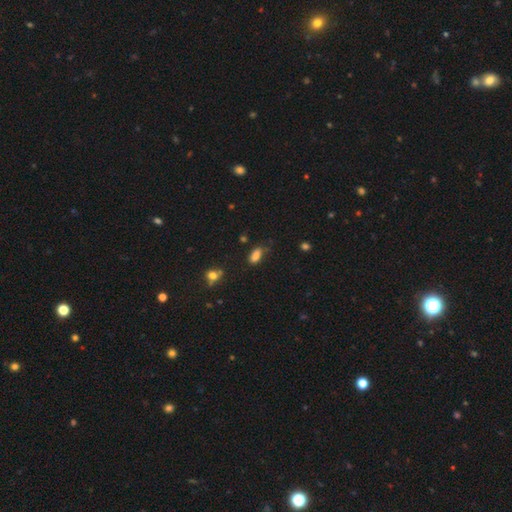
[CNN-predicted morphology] A smooth galaxy with no disk features (83%) that is in between round and cigar-shaped (86%).

Vote fractions:
- Smooth or featured? smooth: 83% / star or artifact: 11% / featured or disk: 6%
- How rounded? in between: 86% / cigar-shaped: 8% / round: 5%
- Merging? none: 63% / minor disturbance: 26% / major disturbance: 7% / merger: 4%